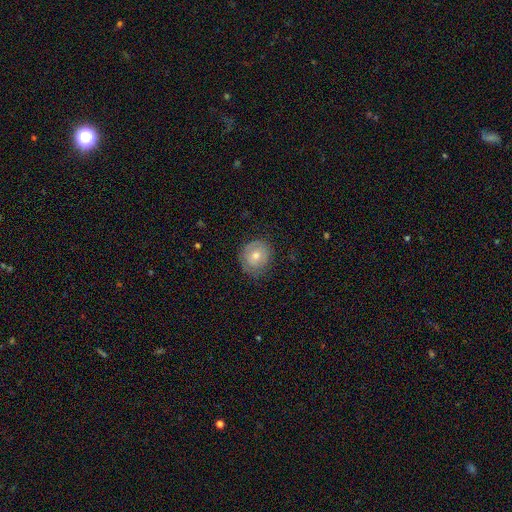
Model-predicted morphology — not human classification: Overall: smooth (46%; featured or disk 44%). Merging: none (76%).